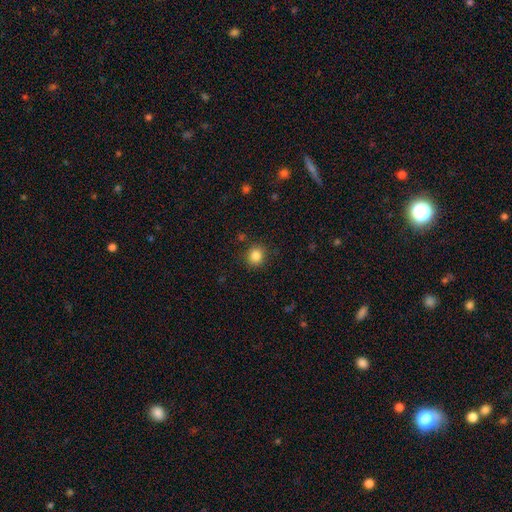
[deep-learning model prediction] This appears to be a smooth galaxy with no disk features (85%) that is round (87%). Merging: none (87%).